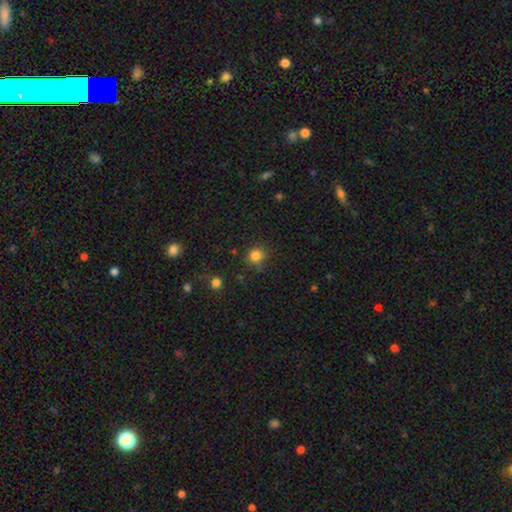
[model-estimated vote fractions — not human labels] This is clearly a smooth galaxy (82%). How rounded: clearly round (89%). Merging: likely none (79%).